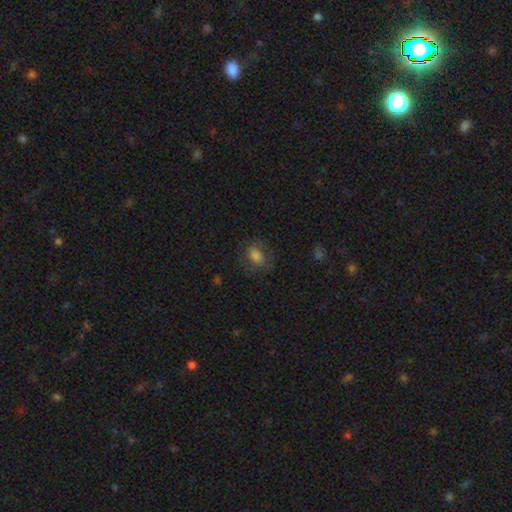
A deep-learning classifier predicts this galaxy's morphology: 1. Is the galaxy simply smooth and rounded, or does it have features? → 73% smooth, 16% featured or disk, 11% star or artifact.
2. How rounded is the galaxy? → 73% in between, 26% round, 2% cigar-shaped.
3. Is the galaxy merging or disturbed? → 65% none, 20% minor disturbance, 14% major disturbance, 1% merger.